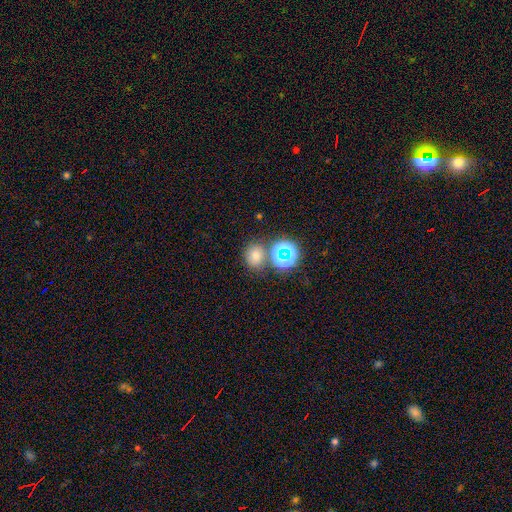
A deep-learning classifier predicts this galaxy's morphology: A smooth galaxy with no disk features (65%) that is round (67%).

Vote fractions:
- Smooth or featured? smooth: 65% / star or artifact: 26% / featured or disk: 9%
- How rounded? round: 67% / in between: 32% / cigar-shaped: 1%
- Merging? none: 72% / merger: 14% / minor disturbance: 10% / major disturbance: 4%